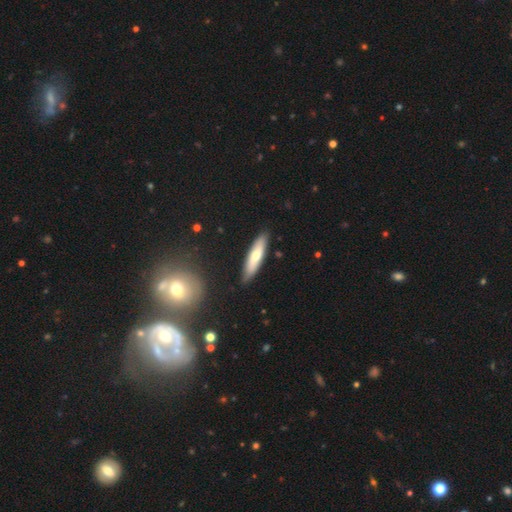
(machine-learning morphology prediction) The model was most divided on "smooth or featured": smooth: 63%, featured or disk: 32%, star or artifact: 6%. More confident: merging — none (85%); how rounded — cigar-shaped (73%).